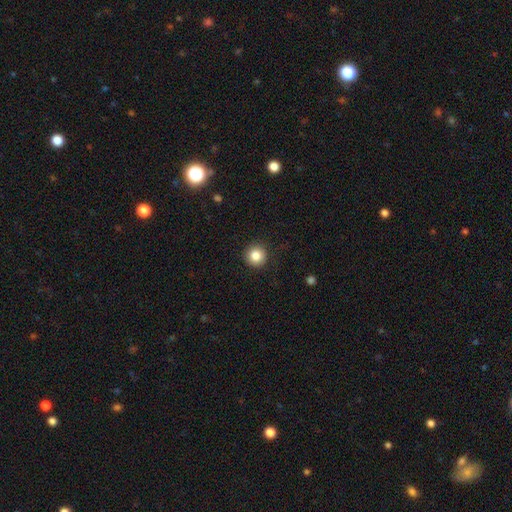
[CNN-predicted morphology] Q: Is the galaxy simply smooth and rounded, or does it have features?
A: smooth — 85%.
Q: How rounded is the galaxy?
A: round — 95%.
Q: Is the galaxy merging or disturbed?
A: none — 92%.